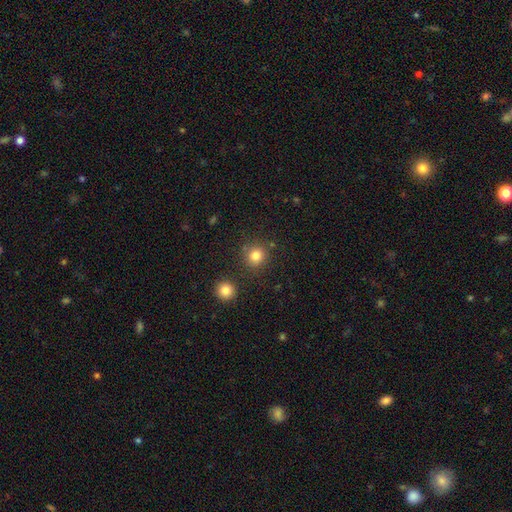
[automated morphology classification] This appears to be a smooth galaxy with no disk features (82%) that is round (91%). Merging: none (84%).